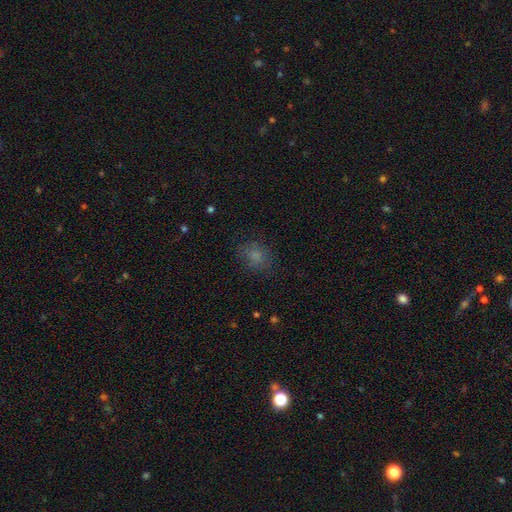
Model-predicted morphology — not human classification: smooth 76%, star or artifact 15%, featured or disk 10%. Down the decision tree: how rounded — round (56%); merging — none (74%).